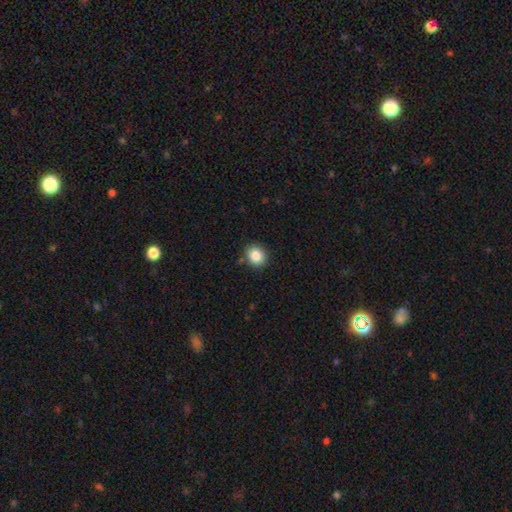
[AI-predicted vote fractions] smooth-or-featured: smooth: 85% | star or artifact: 10% | featured or disk: 5%
  how-rounded: round: 76% | in between: 23% | cigar-shaped: 1%
  merging: none: 86% | minor disturbance: 9% | merger: 2% | major disturbance: 2%